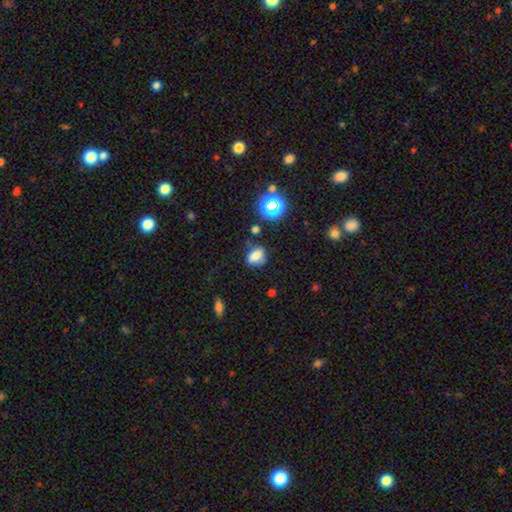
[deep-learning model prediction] Smooth or featured? Predicted: smooth (p=0.71). How rounded? Predicted: in between (p=0.72). Merging? Predicted: none (p=0.59).